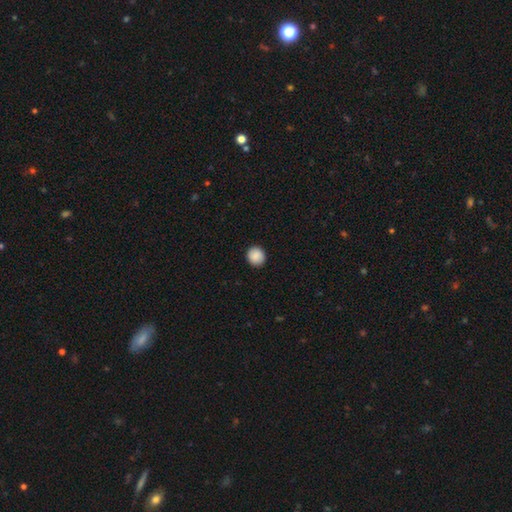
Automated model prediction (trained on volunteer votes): This appears to be a smooth galaxy with no disk features (89%) that is round (89%). Merging: none (91%).